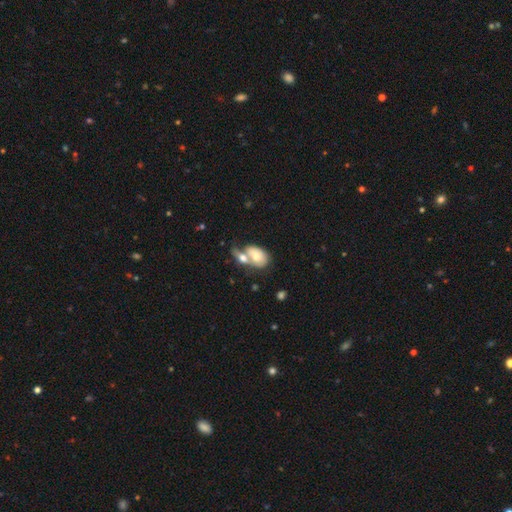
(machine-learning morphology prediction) A smooth galaxy with no disk features (62%) that is in between round and cigar-shaped (85%). Merging: merger (65%).